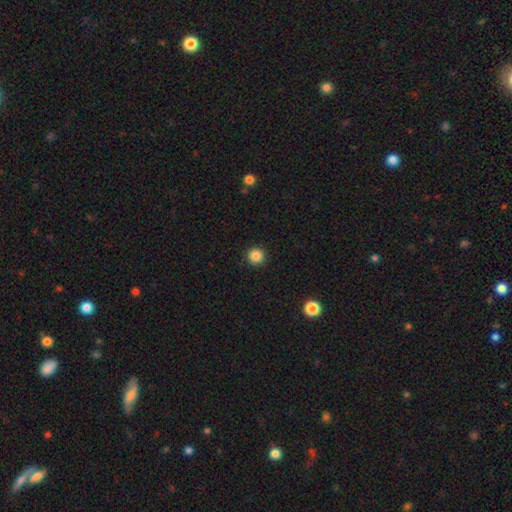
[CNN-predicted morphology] Smooth or featured: smooth — 86% (star or artifact — 11%)
How rounded: round — 95% (in between — 4%)
Merging: none — 92% (minor disturbance — 5%)